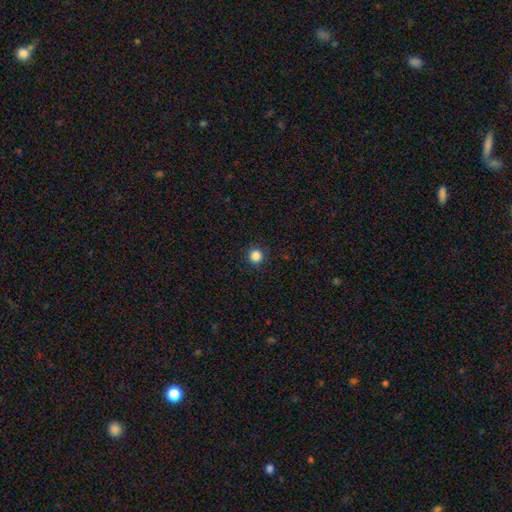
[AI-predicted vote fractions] The model was most divided on "smooth or featured": smooth: 86%, star or artifact: 11%, featured or disk: 3%. More confident: how rounded — round (95%); merging — none (92%).